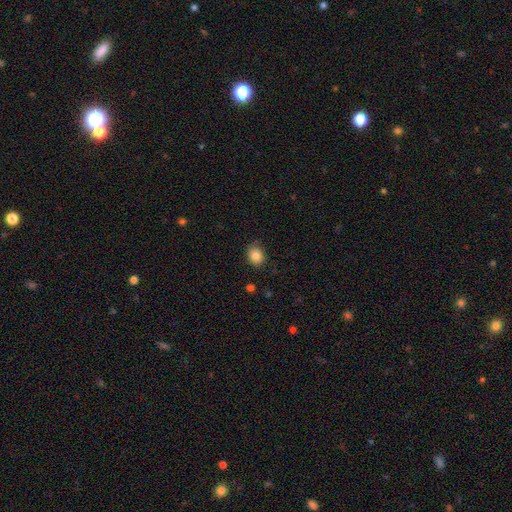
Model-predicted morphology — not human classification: smooth-or-featured: smooth: 85% | star or artifact: 10% | featured or disk: 5%
  how-rounded: round: 57% | in between: 42% | cigar-shaped: 1%
  merging: none: 84% | minor disturbance: 12% | major disturbance: 3% | merger: 1%